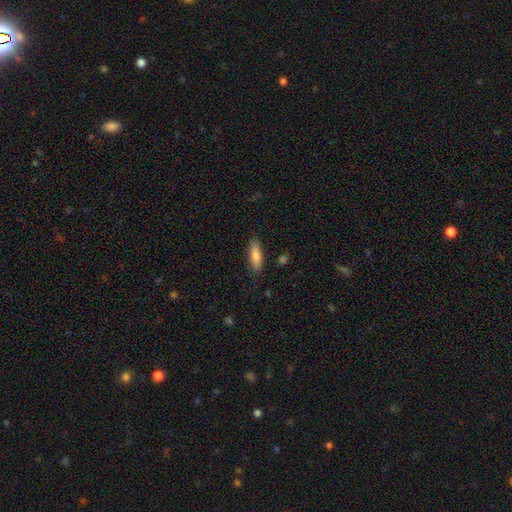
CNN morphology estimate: This appears to be a smooth galaxy with no disk features (79%) that is cigar-shaped (49%, tied with in between). Merging: none (85%).